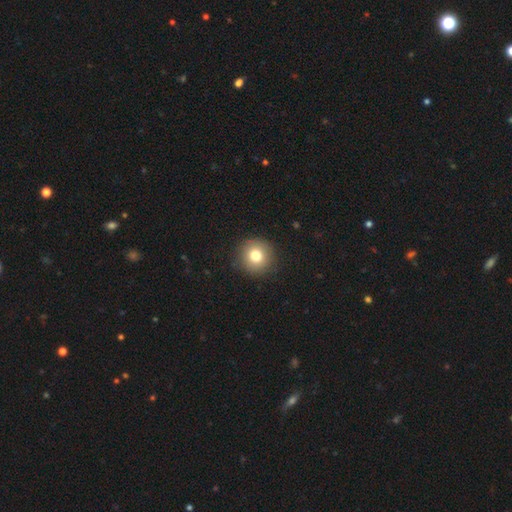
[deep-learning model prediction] Smooth or featured?
  - smooth: 79% *
  - featured or disk: 11%
  - star or artifact: 10%
How rounded?
  - round: 94% *
  - in between: 5%
  - cigar-shaped: 1%
Merging?
  - none: 91% *
  - minor disturbance: 6%
  - major disturbance: 2%
  - merger: 1%